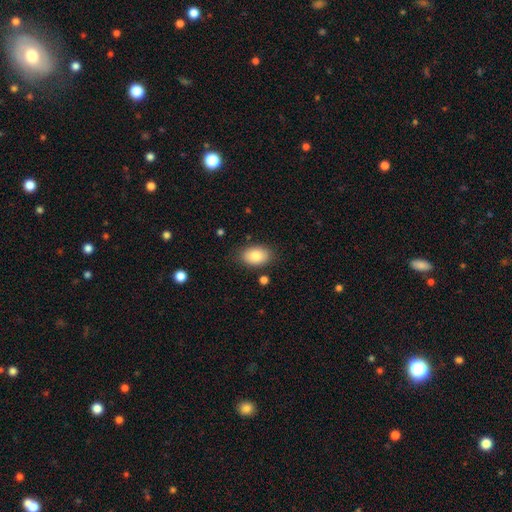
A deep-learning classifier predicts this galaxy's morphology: Smooth or featured? Predicted: smooth (p=0.83). How rounded? Predicted: in between (p=0.87). Merging? Predicted: none (p=0.83).